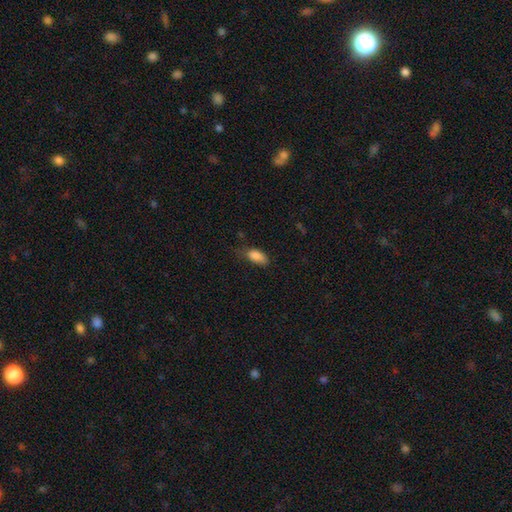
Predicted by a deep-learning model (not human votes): Morphology: type=smooth (86%); roundness=in between (89%); merging=none (55%).